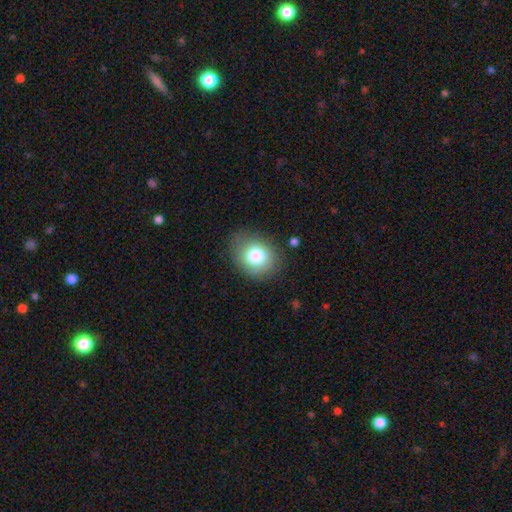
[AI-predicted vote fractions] smooth 78%, featured or disk 12%, star or artifact 10%. Down the decision tree: how rounded — round (57%); merging — none (77%).